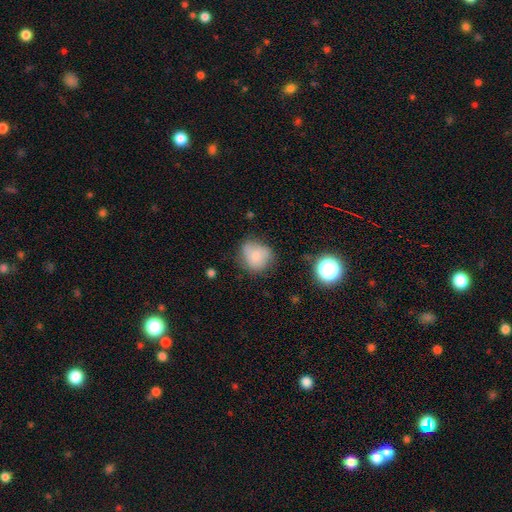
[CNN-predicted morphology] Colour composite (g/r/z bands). It shows a smooth galaxy with no disk features (75%) that is round (74%). Merging: none (58%).